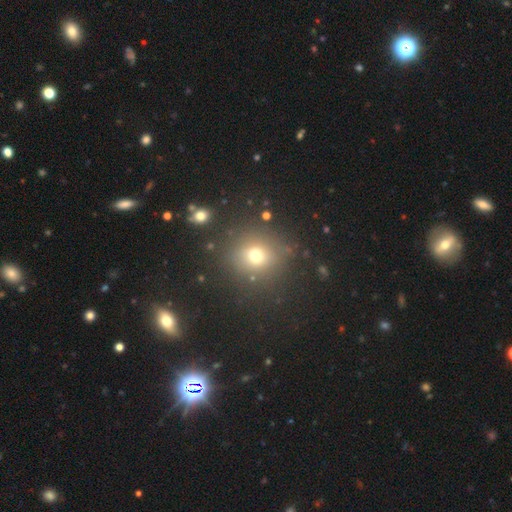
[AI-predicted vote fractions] This is likely a smooth galaxy (70%). How rounded: clearly round (86%). Merging: clearly none (83%).